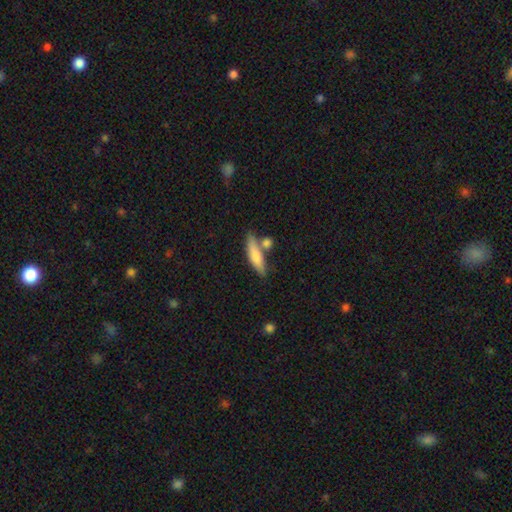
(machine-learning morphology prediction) Smooth or featured? smooth (70%)
How rounded? cigar-shaped (67%)
Merging? none (61%)